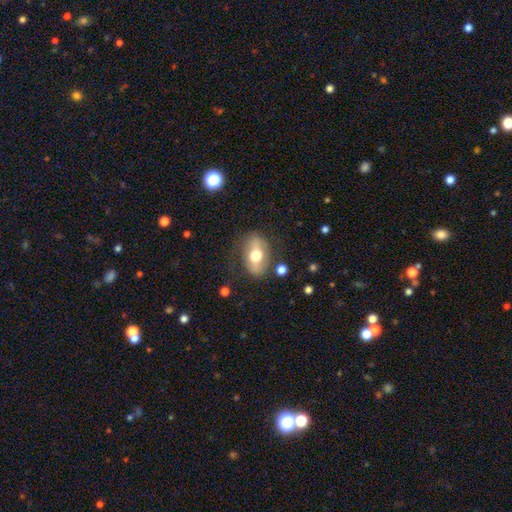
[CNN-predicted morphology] smooth 52%, featured or disk 41%, star or artifact 7%. Down the decision tree: how rounded — in between (84%); merging — none (74%).